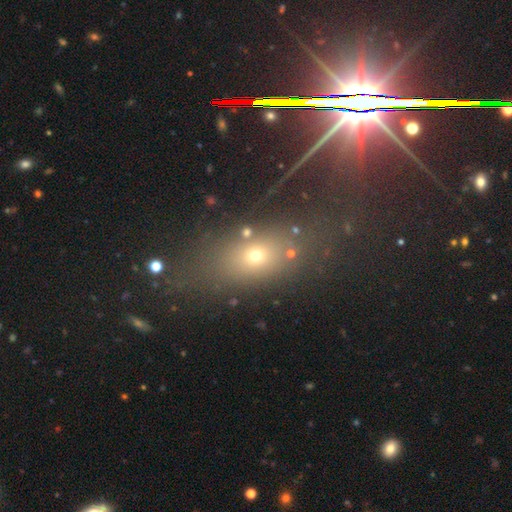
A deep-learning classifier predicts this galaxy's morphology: A smooth galaxy with no disk features (49%). Merging: none (76%).